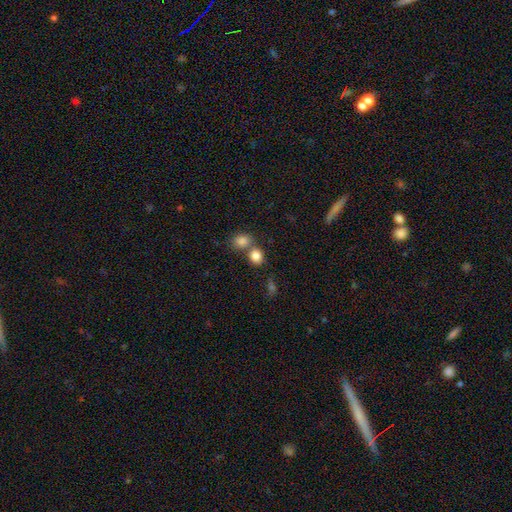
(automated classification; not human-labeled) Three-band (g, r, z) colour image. It shows a smooth galaxy with no disk features (83%) that is round (66%). Merging: none (49%).